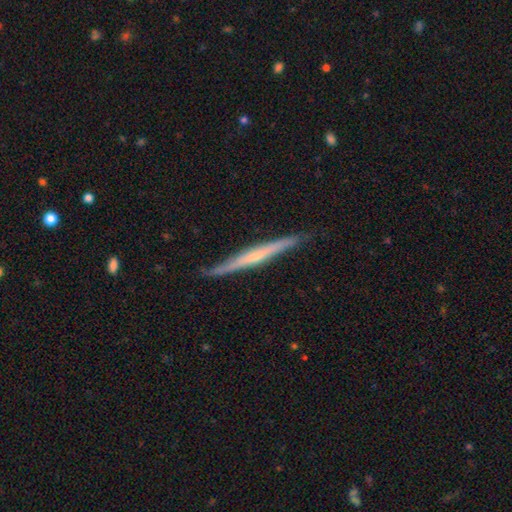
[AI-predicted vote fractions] smooth-or-featured: featured or disk: 62% | smooth: 33% | star or artifact: 5%
  disk-edge-on: yes: 96% | no: 4%
    edge-on-bulge: none: 58% | rounded: 34% | boxy: 8%
  merging: none: 82% | minor disturbance: 14% | major disturbance: 2% | merger: 1%